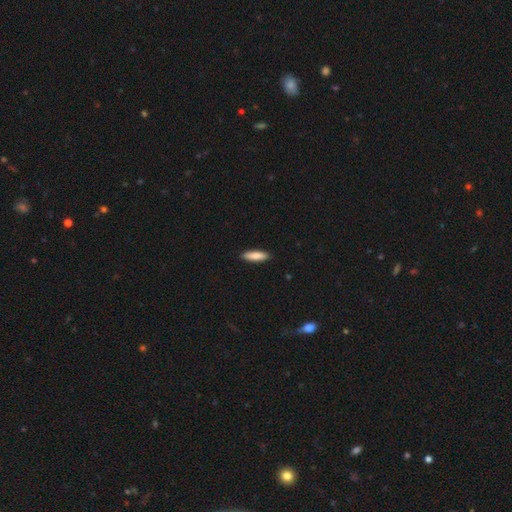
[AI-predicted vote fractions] Smooth or featured?
  - smooth: 83% *
  - featured or disk: 11%
  - star or artifact: 5%
How rounded?
  - cigar-shaped: 63% *
  - in between: 36%
  - round: 2%
Merging?
  - none: 90% *
  - minor disturbance: 8%
  - major disturbance: 2%
  - merger: 1%